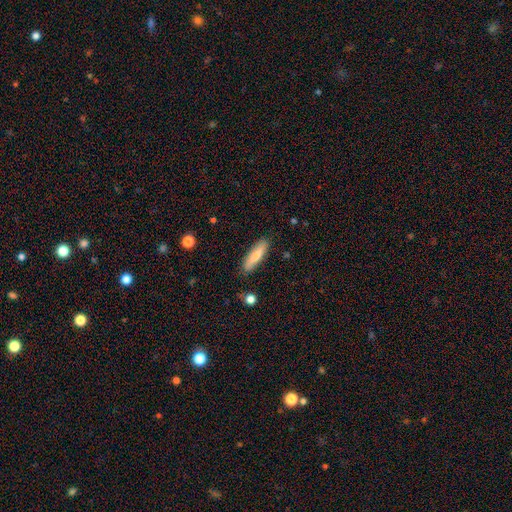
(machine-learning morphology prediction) This appears to be a smooth galaxy with no disk features (77%) that is cigar-shaped (66%). Merging: none (85%).